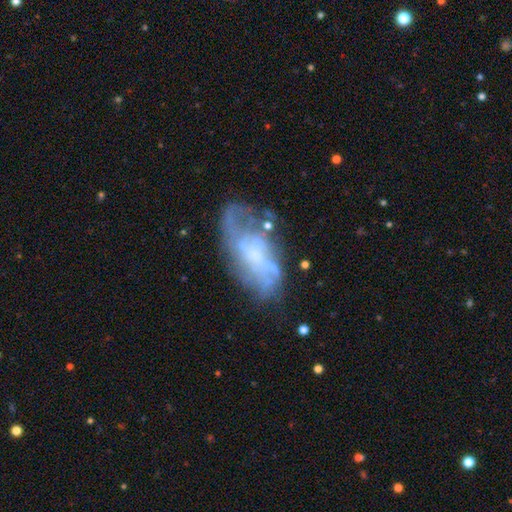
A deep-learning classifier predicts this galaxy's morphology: featured or disk 67%, smooth 24%, star or artifact 9%. Down the decision tree: edge-on disk — no (94%); bar — no (68%); spiral arms — yes (52%); bulge size — none (44%); merging — none (45%).